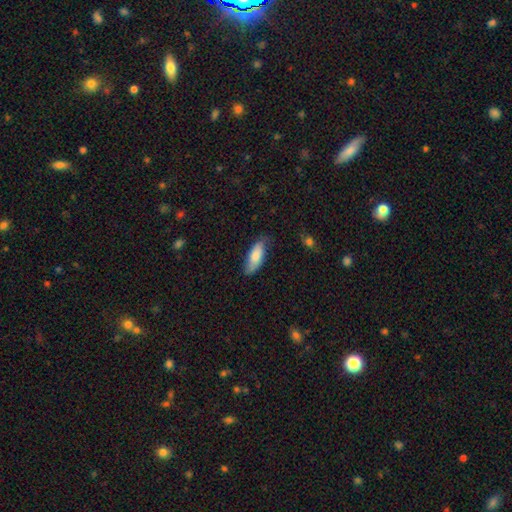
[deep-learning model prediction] The model was most divided on "how rounded": in between: 71%, cigar-shaped: 27%, round: 2%. More confident: smooth or featured — smooth (77%); merging — none (69%).